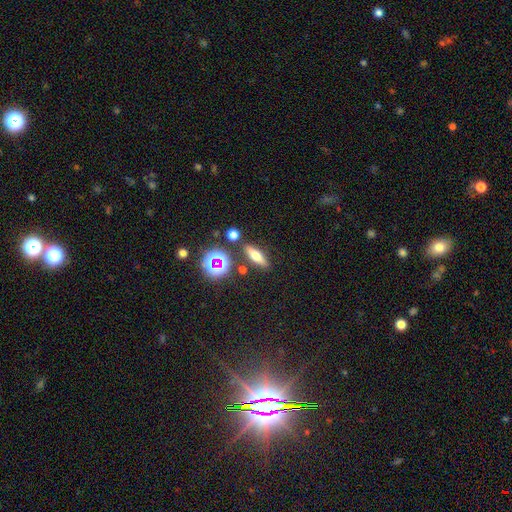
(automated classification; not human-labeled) Q: Smooth or featured?
A: smooth (51%); runner-up: featured or disk (31%)
Q: How rounded?
A: cigar-shaped (48%); runner-up: in between (38%)
Q: Merging?
A: none (83%); runner-up: minor disturbance (8%)